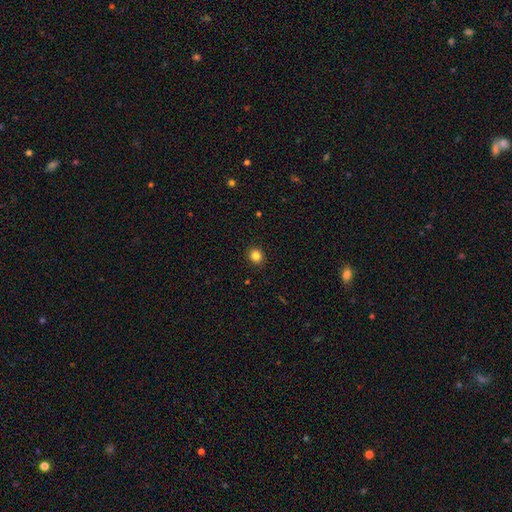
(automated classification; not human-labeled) This is clearly a smooth galaxy (84%). How rounded: clearly round (88%). Merging: clearly none (92%).